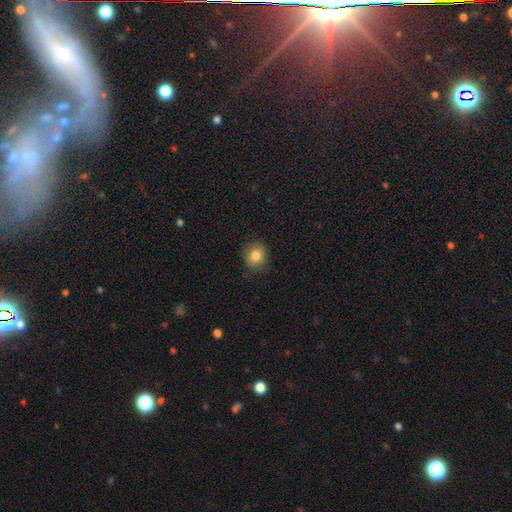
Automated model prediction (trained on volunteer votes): Overall: smooth (83%). How rounded: round (77%). Merging: none (84%).